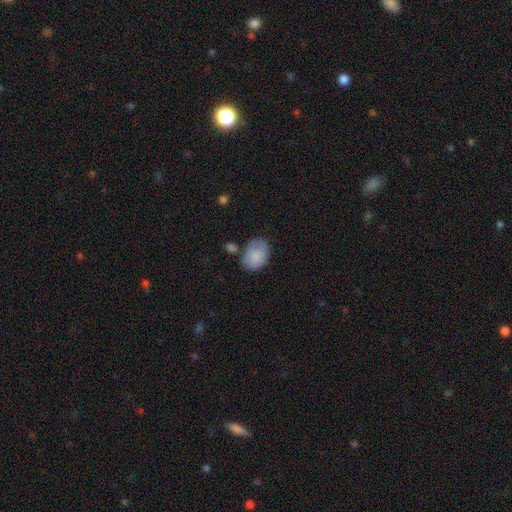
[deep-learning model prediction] Overall: smooth (82%). How rounded: in between (75%). Merging: none (56%; minor disturbance 27%).